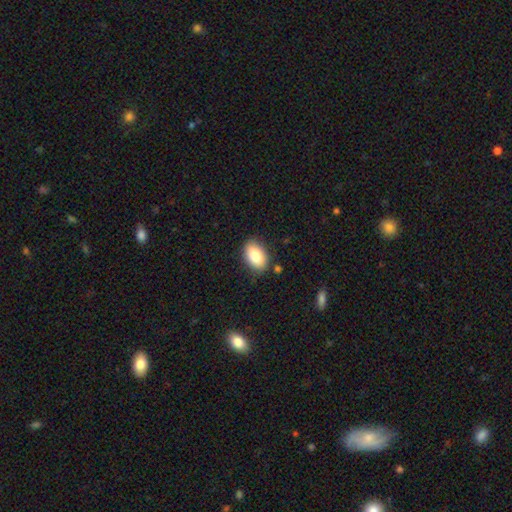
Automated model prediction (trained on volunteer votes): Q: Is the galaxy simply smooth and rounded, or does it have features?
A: smooth — 83%.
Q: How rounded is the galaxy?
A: in between — 90%.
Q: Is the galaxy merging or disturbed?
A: none — 83%.